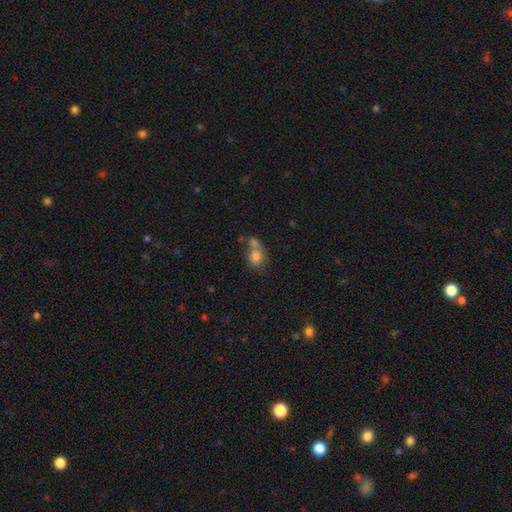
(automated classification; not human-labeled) Smooth or featured?
  - smooth: 77% *
  - star or artifact: 13%
  - featured or disk: 10%
How rounded?
  - round: 65% *
  - in between: 33%
  - cigar-shaped: 1%
Merging?
  - merger: 45% *
  - none: 40%
  - minor disturbance: 10%
  - major disturbance: 5%